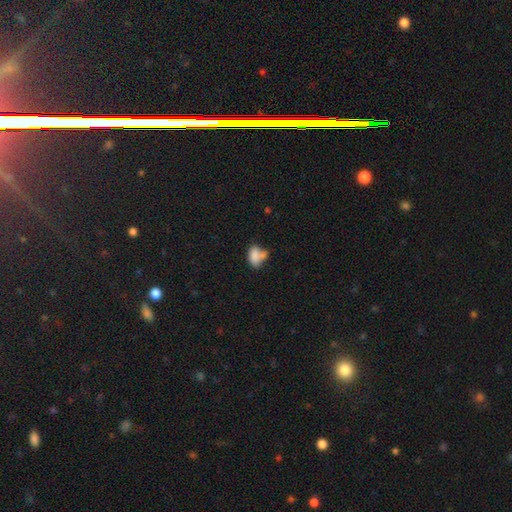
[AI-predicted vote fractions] smooth_or_featured: smooth (p=0.77) [alt: featured or disk p=0.13]
how_rounded: in between (p=0.83) [alt: round p=0.15]
merging: merger (p=0.35) [alt: none p=0.30]